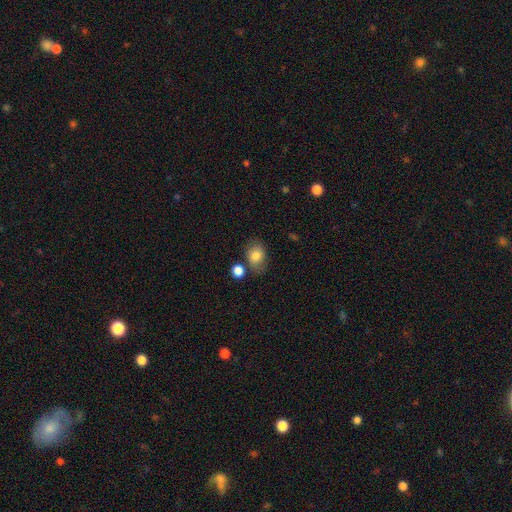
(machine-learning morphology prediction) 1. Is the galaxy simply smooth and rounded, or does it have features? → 80% smooth, 11% featured or disk, 9% star or artifact.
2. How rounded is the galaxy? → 59% in between, 40% round, 1% cigar-shaped.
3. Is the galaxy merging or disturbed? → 67% none, 18% minor disturbance, 10% merger, 6% major disturbance.